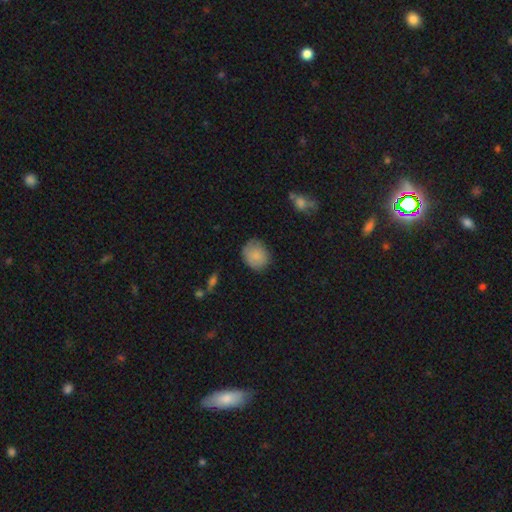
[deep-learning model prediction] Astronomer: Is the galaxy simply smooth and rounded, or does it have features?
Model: smooth — 84%.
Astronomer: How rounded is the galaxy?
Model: round — 66%.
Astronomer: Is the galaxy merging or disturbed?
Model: none — 74%.